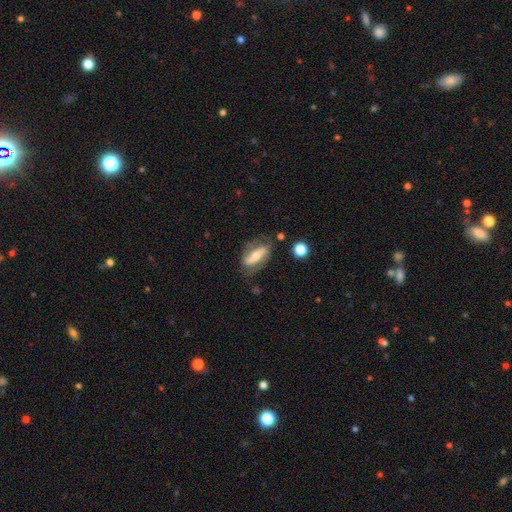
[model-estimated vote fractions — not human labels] featured or disk 67%, smooth 26%, star or artifact 7%. Down the decision tree: edge-on disk — no (75%); bar — strong (61%); spiral arms — yes (72%); bulge size — moderate (58%); merging — none (70%).